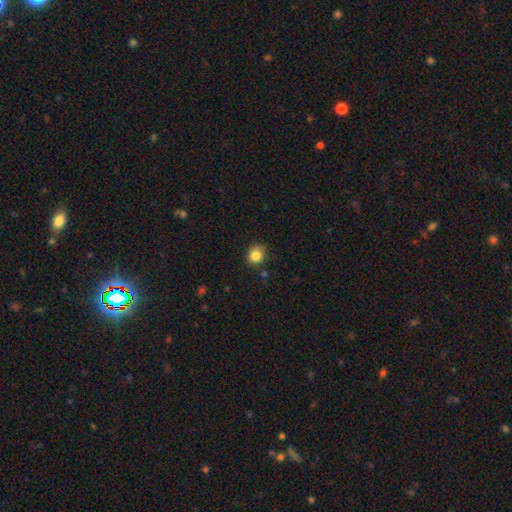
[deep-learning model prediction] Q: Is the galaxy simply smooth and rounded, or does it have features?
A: smooth — 84%.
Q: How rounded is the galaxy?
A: round — 84%.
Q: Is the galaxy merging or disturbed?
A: none — 81%.